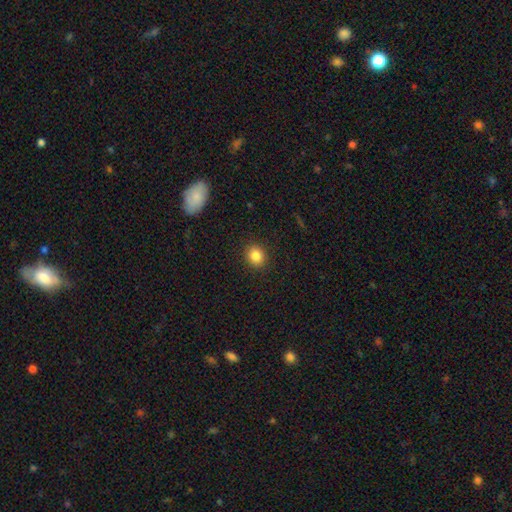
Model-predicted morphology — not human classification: A smooth galaxy with no disk features (85%) that is round (75%). Merging: none (91%).